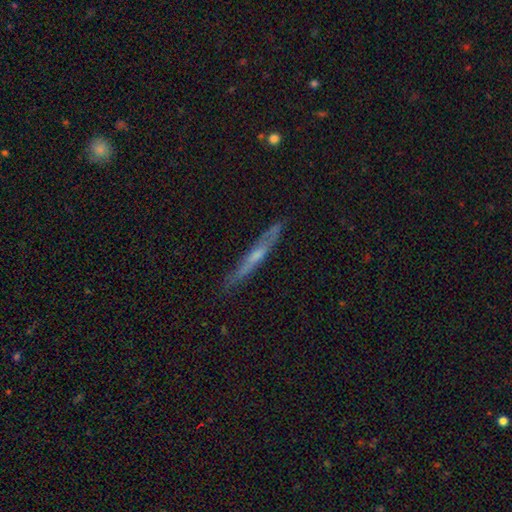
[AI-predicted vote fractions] smooth_or_featured: featured or disk (p=0.64) [alt: smooth p=0.29]
disk_edge_on: yes (p=0.91) [alt: no p=0.09]
edge_on_bulge: rounded (p=0.48) [alt: none p=0.45]
merging: none (p=0.83) [alt: minor disturbance p=0.13]